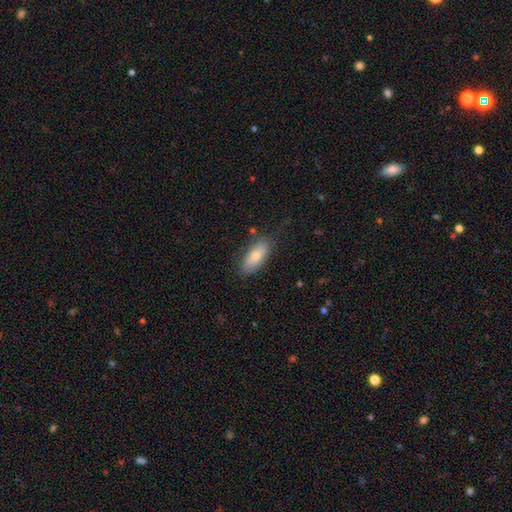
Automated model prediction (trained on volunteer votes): smooth-or-featured: smooth: 71% | featured or disk: 22% | star or artifact: 7%
  how-rounded: in between: 84% | cigar-shaped: 13% | round: 3%
  merging: none: 76% | minor disturbance: 17% | major disturbance: 5% | merger: 2%